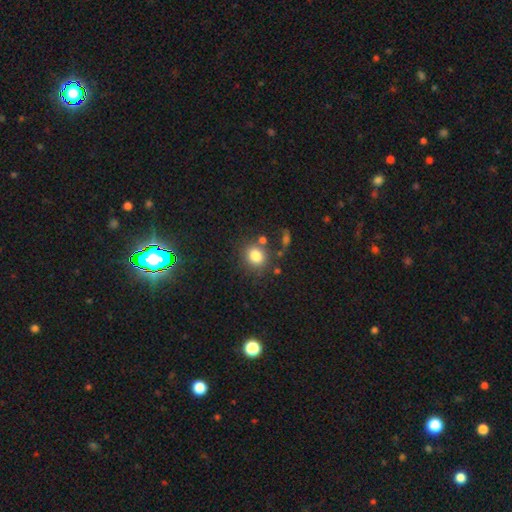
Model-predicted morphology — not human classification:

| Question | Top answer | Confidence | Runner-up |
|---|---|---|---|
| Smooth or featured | smooth | 82% | star or artifact (11%) |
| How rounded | round | 67% | in between (32%) |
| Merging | none | 75% | minor disturbance (12%) |